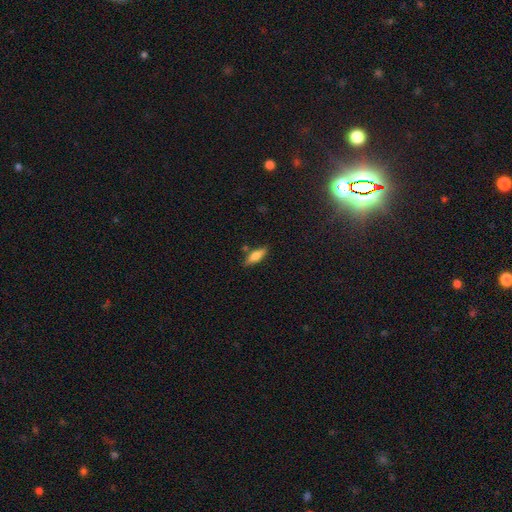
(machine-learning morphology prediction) A smooth galaxy with no disk features (66%) that is in between round and cigar-shaped (55%). Merging: none (78%).